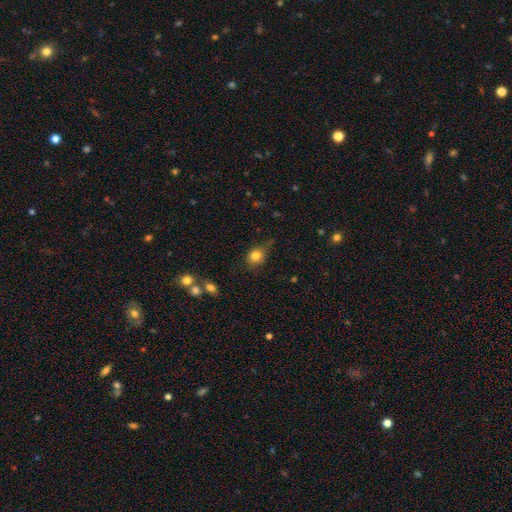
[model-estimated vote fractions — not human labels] Q: Smooth or featured?
A: smooth (81%); runner-up: star or artifact (11%)
Q: How rounded?
A: round (71%); runner-up: in between (28%)
Q: Merging?
A: none (62%); runner-up: minor disturbance (27%)